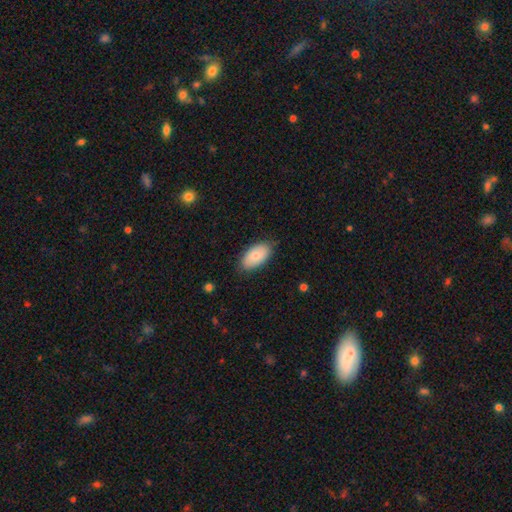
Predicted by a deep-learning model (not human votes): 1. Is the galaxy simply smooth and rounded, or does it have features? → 79% smooth, 15% featured or disk, 6% star or artifact.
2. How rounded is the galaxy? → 95% in between, 3% round, 2% cigar-shaped.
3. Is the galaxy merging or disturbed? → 81% none, 15% minor disturbance, 3% major disturbance, 1% merger.